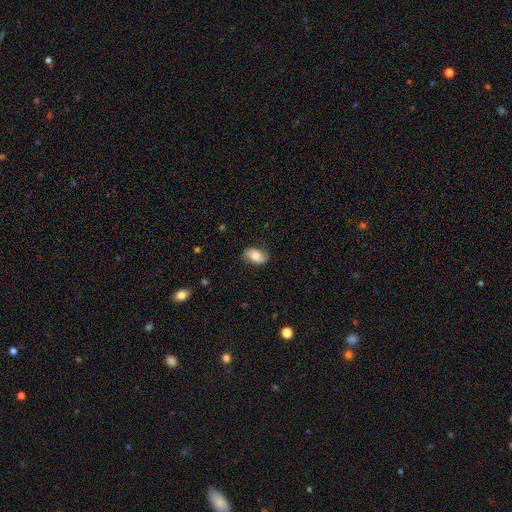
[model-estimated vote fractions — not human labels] Overall: smooth (66%). How rounded: in between (89%). Merging: none (75%).